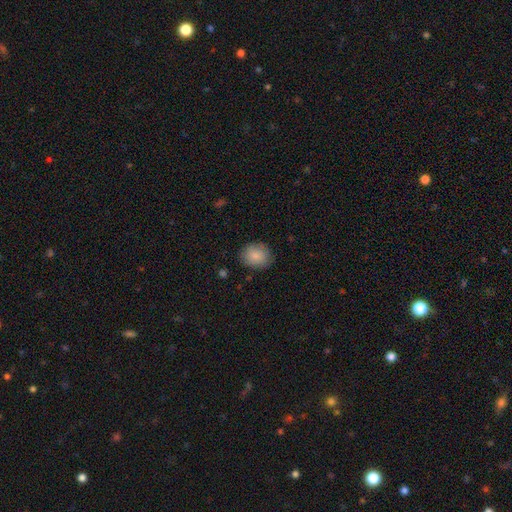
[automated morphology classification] type=smooth (86%); roundness=round (61%); merging=none (84%).